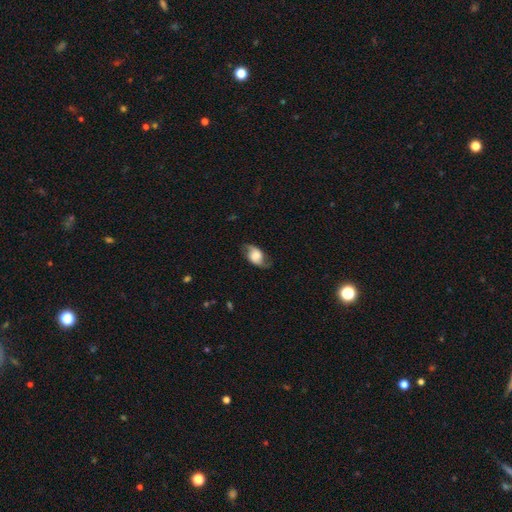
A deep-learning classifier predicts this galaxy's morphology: type=featured or disk (56%); edge-on=no (93%); bar=no (61%); spiral arms=yes (89%); bulge=large (38%); merging=none (69%).